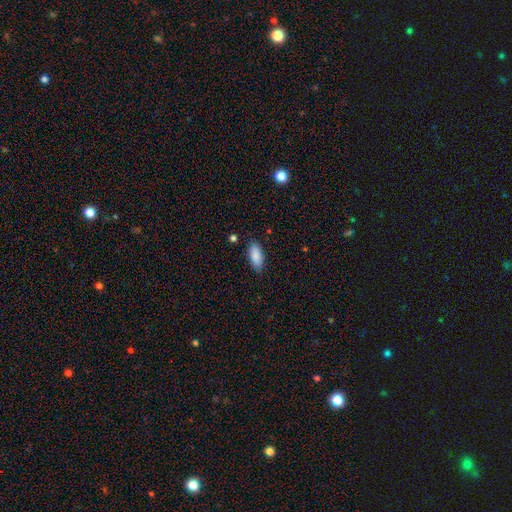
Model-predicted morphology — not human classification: Q: Smooth or featured?
A: smooth (86%); runner-up: featured or disk (7%)
Q: How rounded?
A: in between (86%); runner-up: cigar-shaped (12%)
Q: Merging?
A: none (84%); runner-up: minor disturbance (12%)